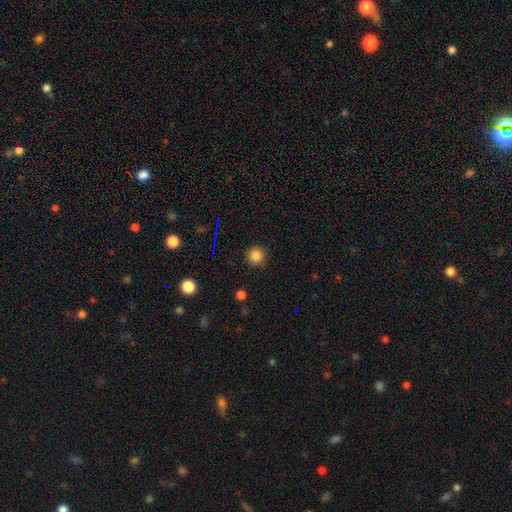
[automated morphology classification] Q: Smooth or featured?
A: smooth (83%); runner-up: star or artifact (13%)
Q: How rounded?
A: round (95%); runner-up: in between (4%)
Q: Merging?
A: none (90%); runner-up: minor disturbance (7%)